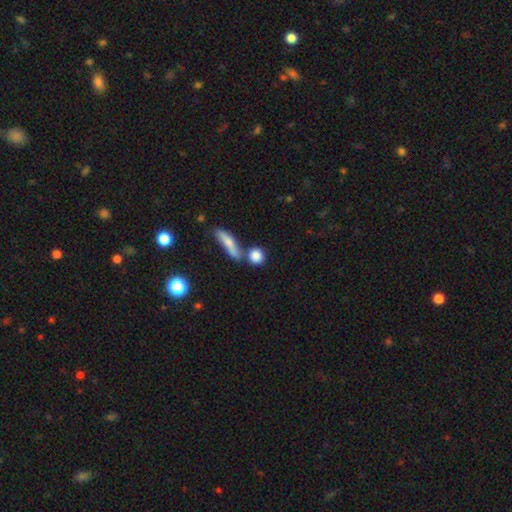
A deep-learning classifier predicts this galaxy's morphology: A smooth galaxy with no disk features (83%) that is round (74%).

Vote fractions:
- Smooth or featured? smooth: 83% / star or artifact: 9% / featured or disk: 9%
- How rounded? round: 74% / in between: 16% / cigar-shaped: 10%
- Merging? none: 62% / merger: 23% / minor disturbance: 11% / major disturbance: 4%